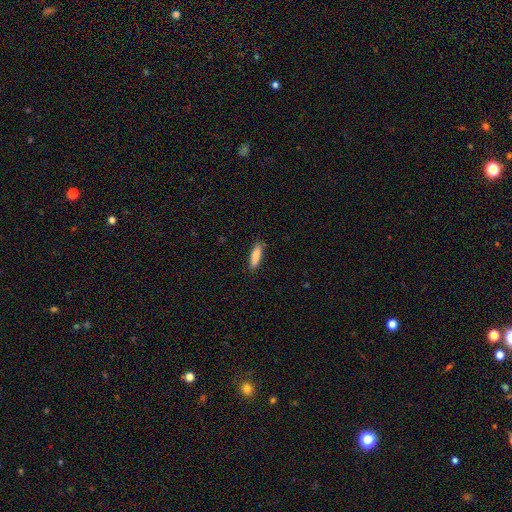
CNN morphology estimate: smooth-or-featured: smooth: 87% | featured or disk: 7% | star or artifact: 6%
  how-rounded: cigar-shaped: 69% | in between: 30% | round: 1%
  merging: none: 87% | minor disturbance: 10% | major disturbance: 2% | merger: 1%